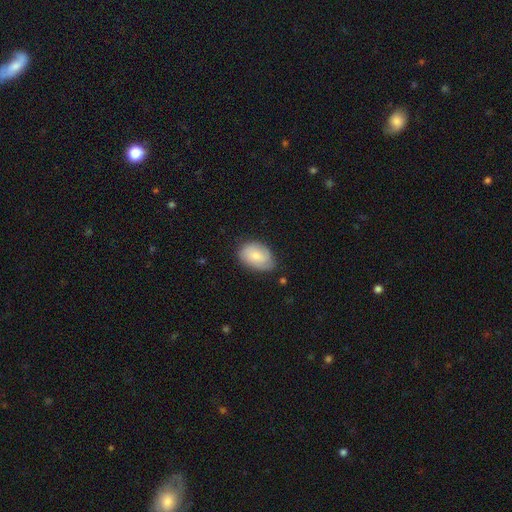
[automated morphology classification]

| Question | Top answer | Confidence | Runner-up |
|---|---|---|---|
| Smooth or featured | smooth | 65% | featured or disk (28%) |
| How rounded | in between | 85% | round (14%) |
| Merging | none | 69% | minor disturbance (24%) |